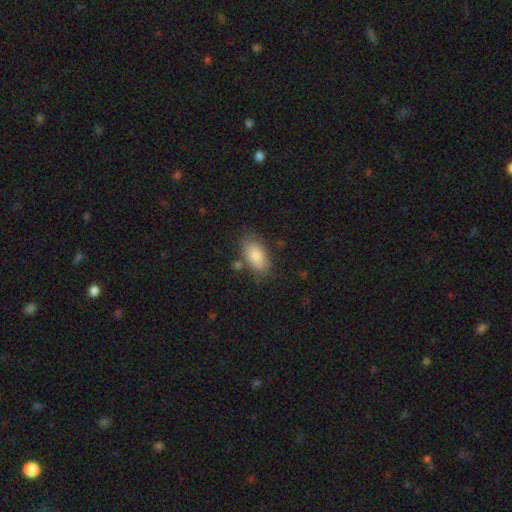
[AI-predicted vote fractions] Smooth or featured: smooth — 83% (featured or disk — 10%)
How rounded: in between — 92% (cigar-shaped — 4%)
Merging: none — 74% (minor disturbance — 17%)